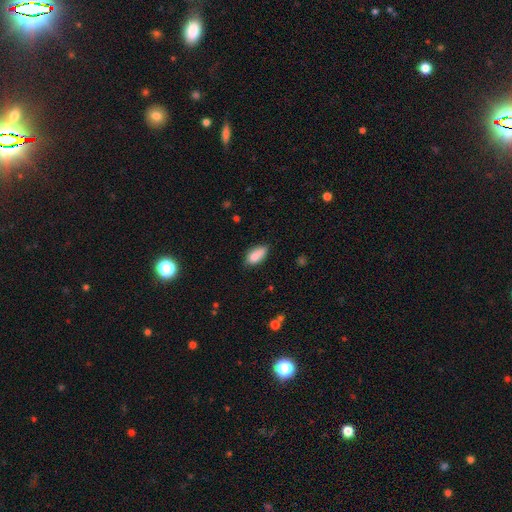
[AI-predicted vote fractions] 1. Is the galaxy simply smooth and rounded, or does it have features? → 83% smooth, 9% featured or disk, 8% star or artifact.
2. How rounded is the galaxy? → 89% in between, 8% cigar-shaped, 3% round.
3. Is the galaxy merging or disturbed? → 64% none, 28% minor disturbance, 5% major disturbance, 3% merger.